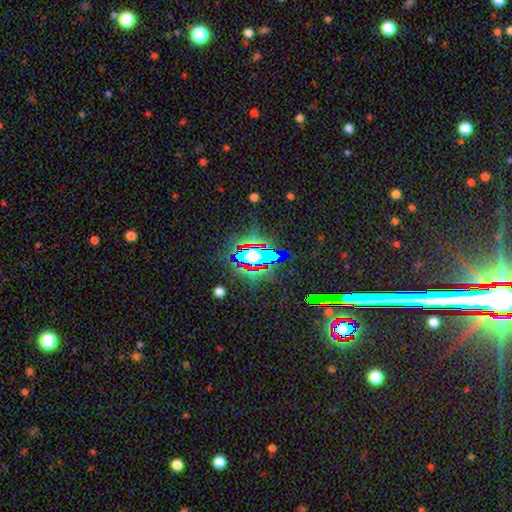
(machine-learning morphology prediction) Smooth or featured? Predicted: star or artifact (p=0.59).